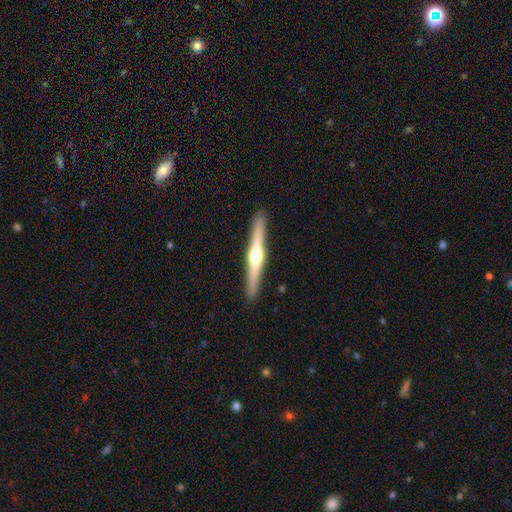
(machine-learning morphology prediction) This is likely a featured or disk galaxy (75%). It is clearly viewed edge-on (98%). Edge-on bulge: clearly rounded (92%). Merging: clearly none (92%).